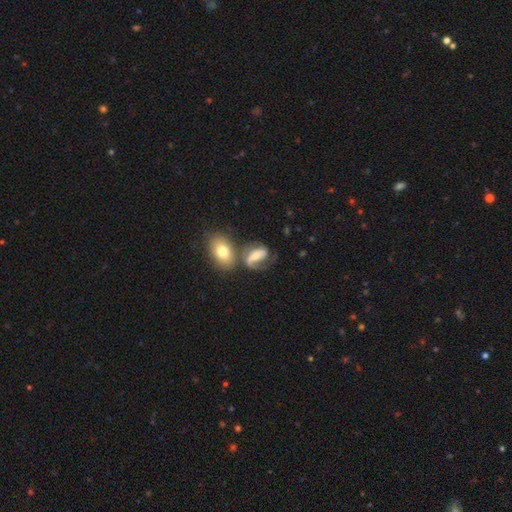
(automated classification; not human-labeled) Morphology: type=featured or disk (59%); edge-on=no (95%); bar=weak (36%); spiral arms=yes (84%); bulge=moderate (46%); merging=none (36%).